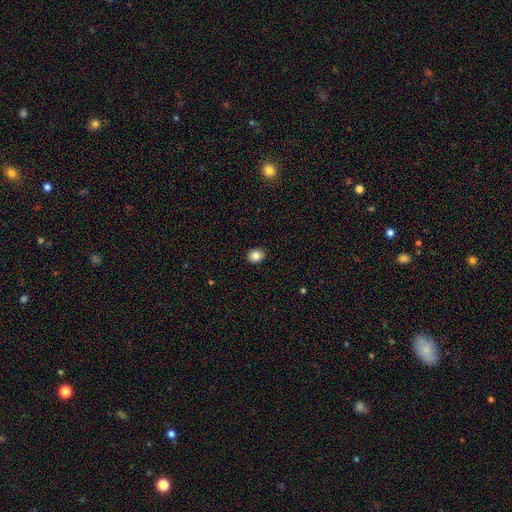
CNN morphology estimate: type=smooth (83%); roundness=round (61%); merging=none (90%).